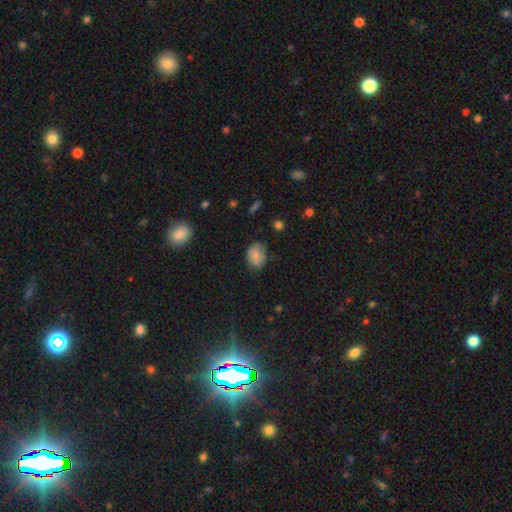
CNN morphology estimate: smooth_or_featured: smooth (p=0.80) [alt: featured or disk p=0.12]
how_rounded: in between (p=0.60) [alt: round p=0.39]
merging: none (p=0.69) [alt: minor disturbance p=0.24]